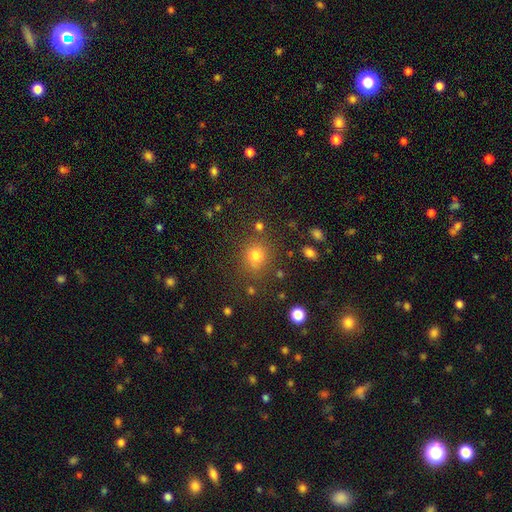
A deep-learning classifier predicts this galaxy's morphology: Smooth or featured? smooth (74%)
How rounded? round (83%)
Merging? none (79%)